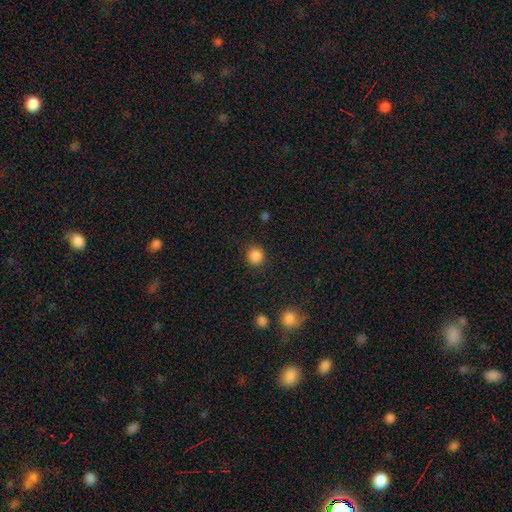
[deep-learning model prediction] smooth_or_featured: smooth (p=0.86) [alt: star or artifact p=0.11]
how_rounded: round (p=0.90) [alt: in between p=0.10]
merging: none (p=0.90) [alt: minor disturbance p=0.07]